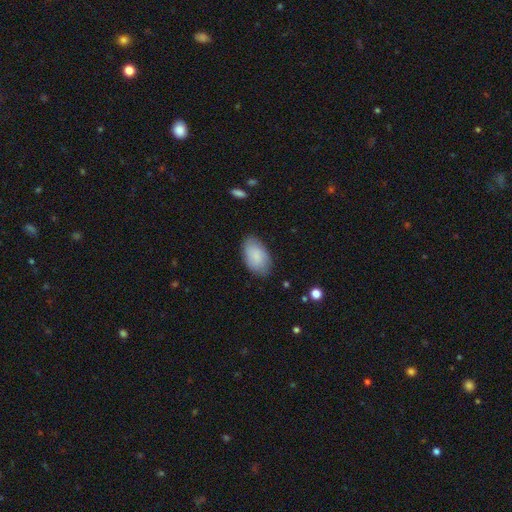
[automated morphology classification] This appears to be a smooth galaxy with no disk features (84%) that is in between round and cigar-shaped (94%). Merging: none (79%).